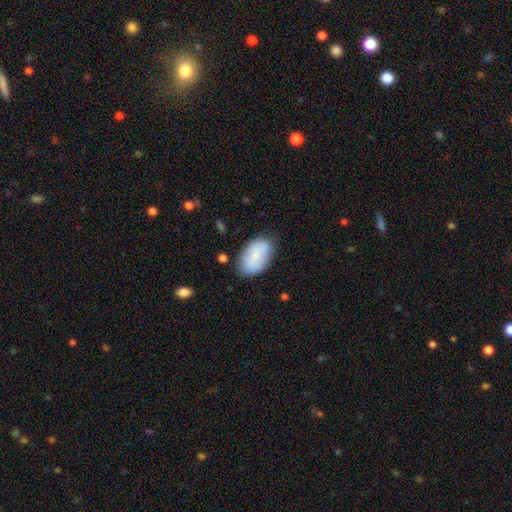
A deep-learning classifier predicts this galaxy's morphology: Smooth or featured? Predicted: smooth (p=0.80). How rounded? Predicted: in between (p=0.93). Merging? Predicted: none (p=0.76).